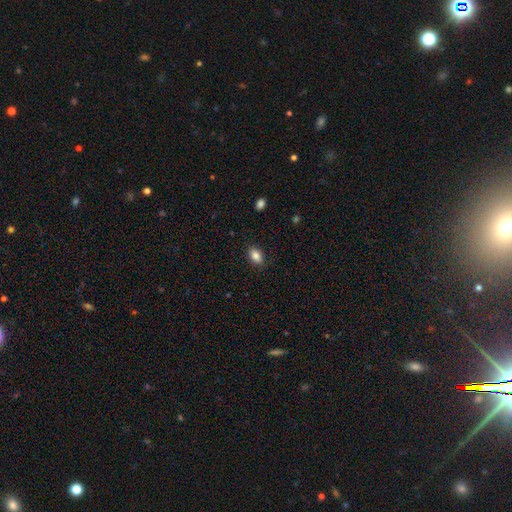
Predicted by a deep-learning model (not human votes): smooth_or_featured: smooth (p=0.87) [alt: star or artifact p=0.09]
how_rounded: in between (p=0.85) [alt: round p=0.13]
merging: none (p=0.88) [alt: minor disturbance p=0.09]